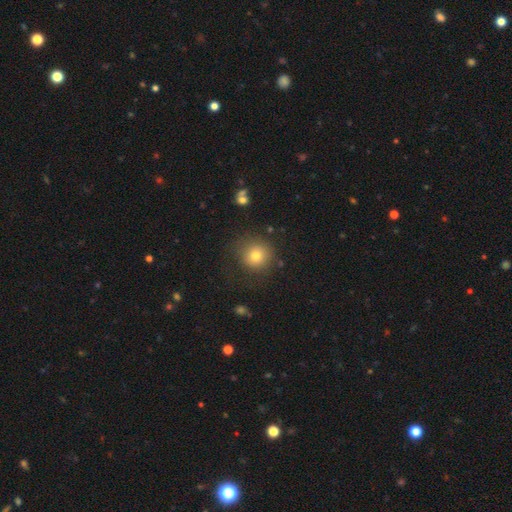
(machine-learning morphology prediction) This appears to be a smooth galaxy with no disk features (76%) that is round (92%). Merging: none (78%).